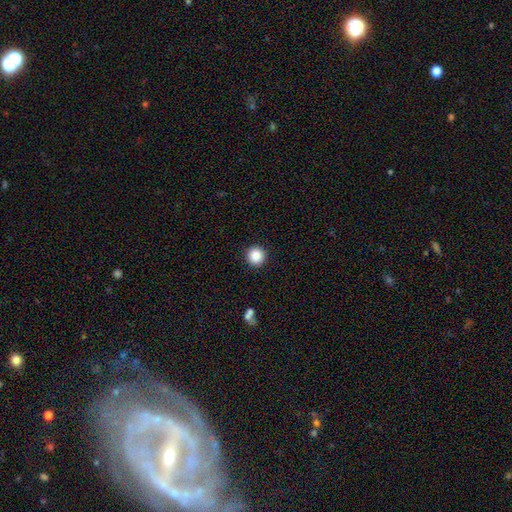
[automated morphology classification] Smooth or featured? smooth (87%)
How rounded? round (96%)
Merging? none (92%)